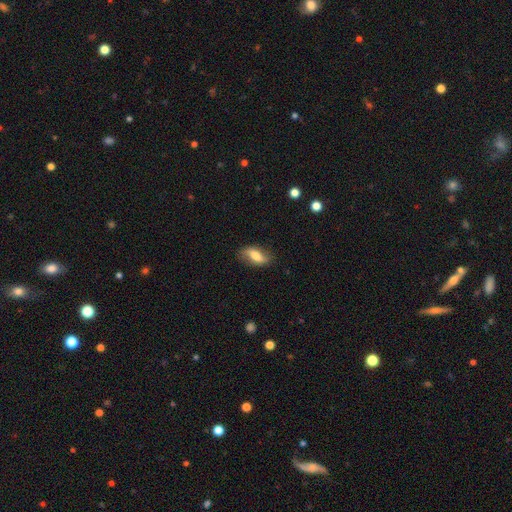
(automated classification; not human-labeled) Overall: smooth (58%; featured or disk 34%). How rounded: in between (83%). Merging: none (76%).